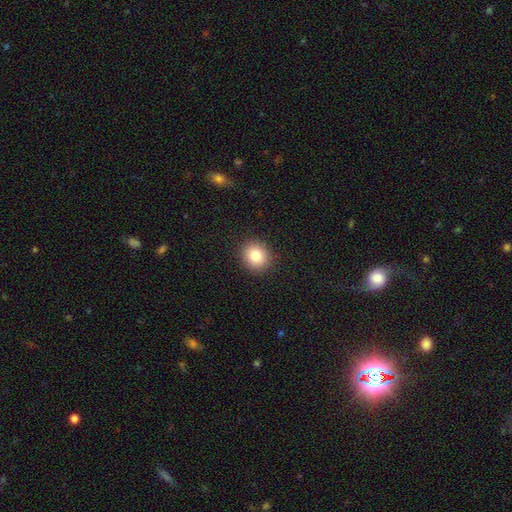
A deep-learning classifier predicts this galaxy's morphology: This appears to be a smooth galaxy with no disk features (83%) that is round (79%). Merging: none (91%).